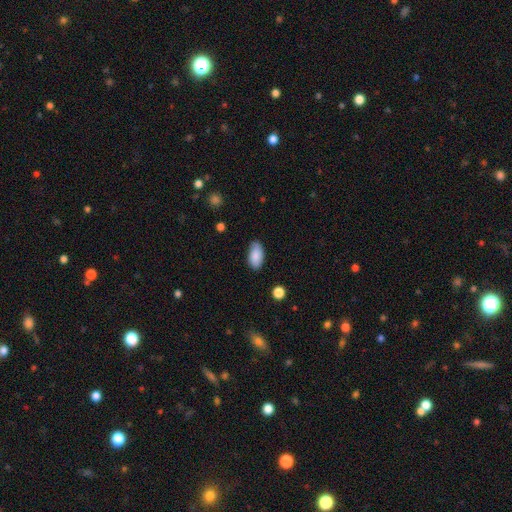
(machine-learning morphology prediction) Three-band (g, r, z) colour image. It shows a smooth galaxy with no disk features (87%) that is in between round and cigar-shaped (94%). Merging: none (82%).